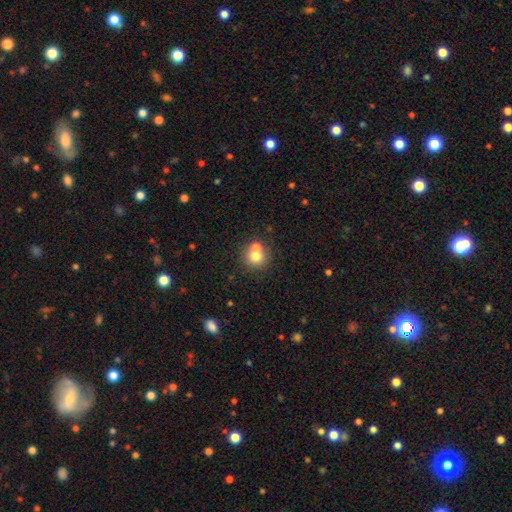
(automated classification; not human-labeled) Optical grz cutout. It shows a smooth galaxy with no disk features (72%) that is round (88%). Merging: none (52%).